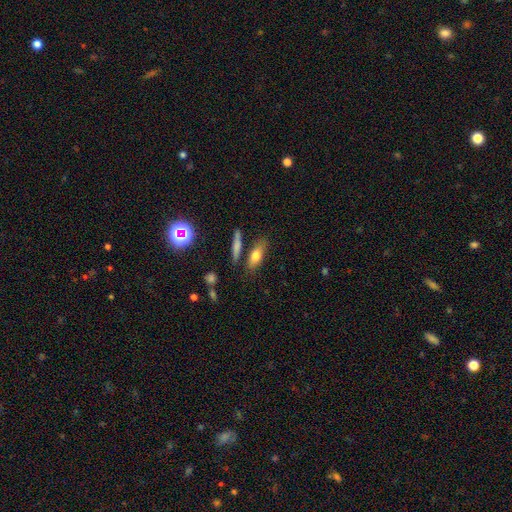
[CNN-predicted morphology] This is likely a smooth galaxy (72%). How rounded: possibly in between (56%). Merging: likely none (74%).